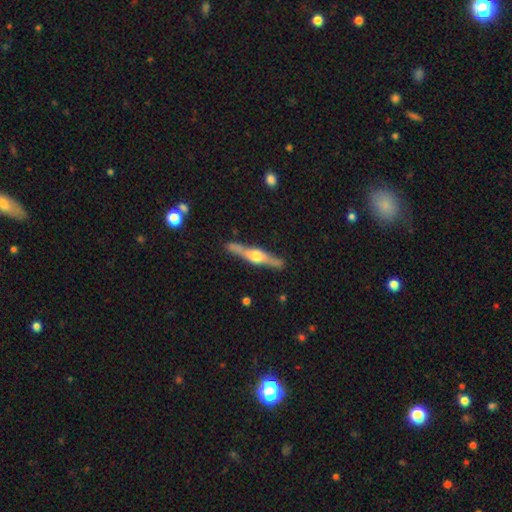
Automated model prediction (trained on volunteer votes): A featured or disk galaxy (75%) viewed edge-on (97%) with a rounded central bulge (90%). Merging: none (86%).